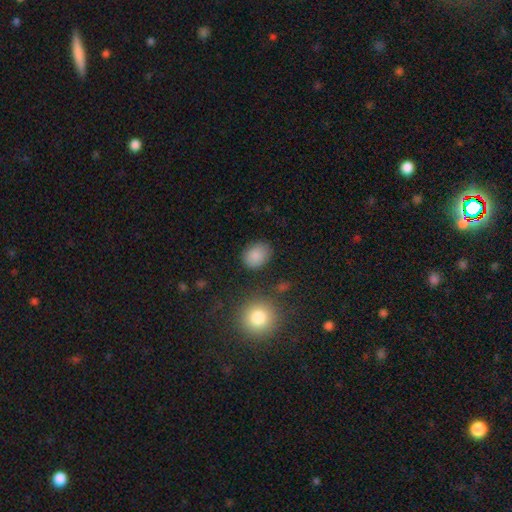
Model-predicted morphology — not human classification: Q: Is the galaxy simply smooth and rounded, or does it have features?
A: smooth — 87%.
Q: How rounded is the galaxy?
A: in between — 55%.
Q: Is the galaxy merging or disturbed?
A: none — 80%.